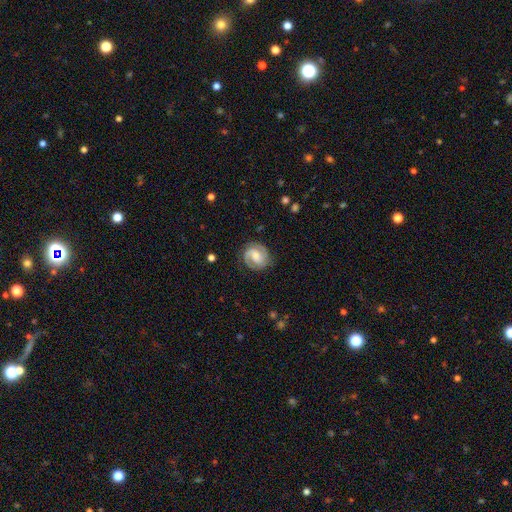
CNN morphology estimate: Smooth or featured: featured or disk — 81% (smooth — 14%)
Edge-on disk: no — 98% (yes — 2%)
Bar: weak — 50% (no — 35%)
Spiral arms: yes — 96% (no — 4%)
Spiral winding: medium — 45% (tight — 43%)
Spiral arm count: 2 — 88% (can't tell — 5%)
Bulge size: moderate — 49% (small — 36%)
Merging: none — 81% (minor disturbance — 13%)